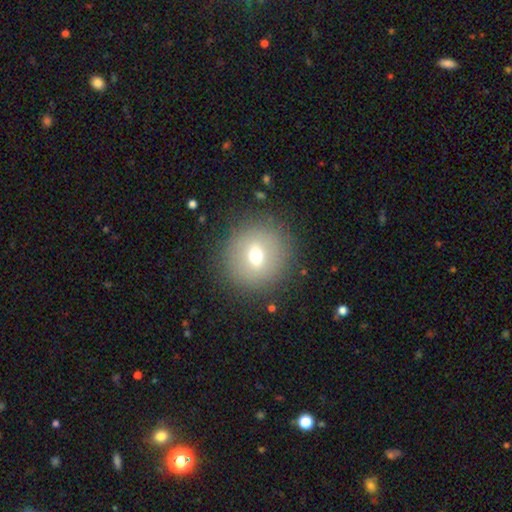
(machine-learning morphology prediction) type=smooth (64%); roundness=round (92%); merging=none (87%).